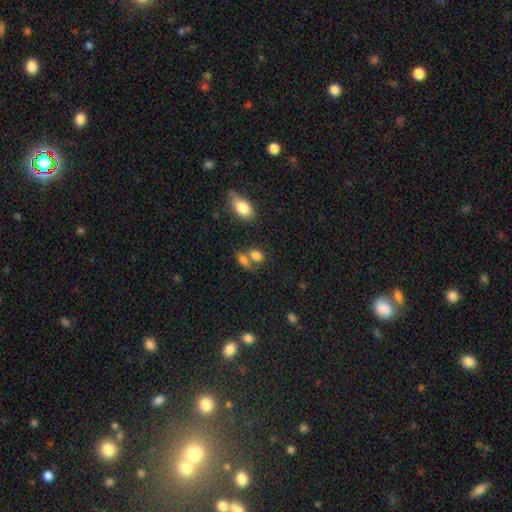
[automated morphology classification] Q: Smooth or featured?
A: smooth (80%); runner-up: star or artifact (11%)
Q: How rounded?
A: in between (71%); runner-up: round (25%)
Q: Merging?
A: none (43%); runner-up: merger (39%)